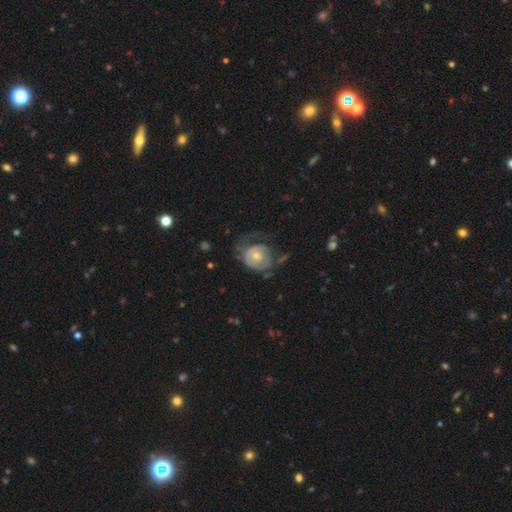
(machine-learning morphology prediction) A featured or disk galaxy (66%) with no bar (78%), spiral arms (77%) and a moderate central bulge (54%). Merging: none (38%).